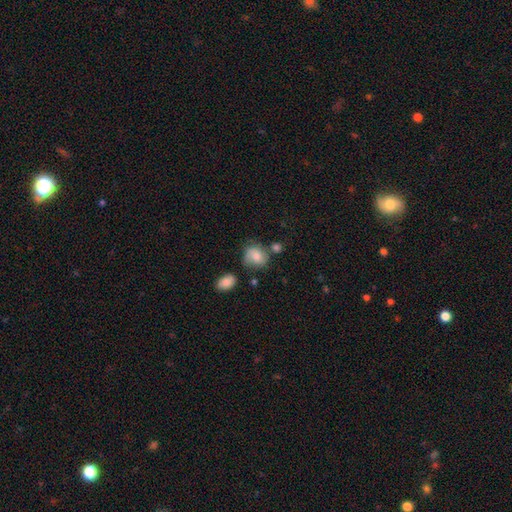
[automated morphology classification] Smooth or featured? smooth (71%)
How rounded? round (57%)
Merging? none (48%)